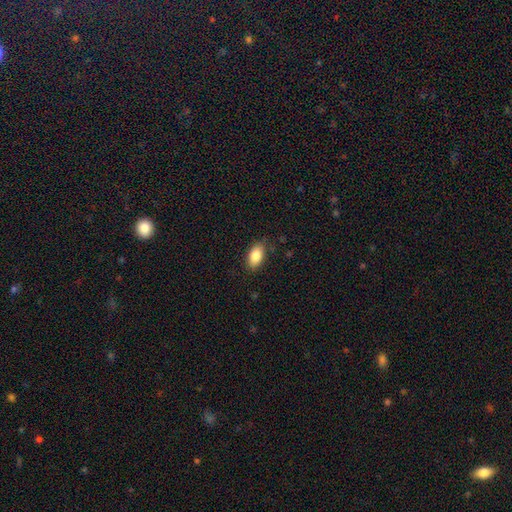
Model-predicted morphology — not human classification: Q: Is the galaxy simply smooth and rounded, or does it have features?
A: smooth — 85%.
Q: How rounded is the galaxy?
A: in between — 91%.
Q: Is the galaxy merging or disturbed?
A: none — 82%.